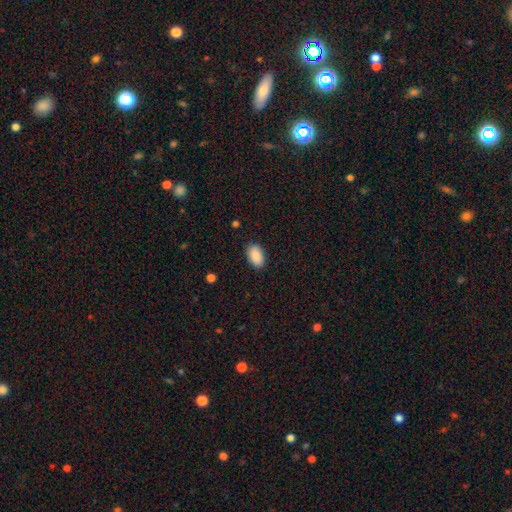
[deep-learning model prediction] The model was most divided on "merging": none: 88%, minor disturbance: 9%, major disturbance: 2%, merger: 1%. More confident: how rounded — in between (94%); smooth or featured — smooth (90%).